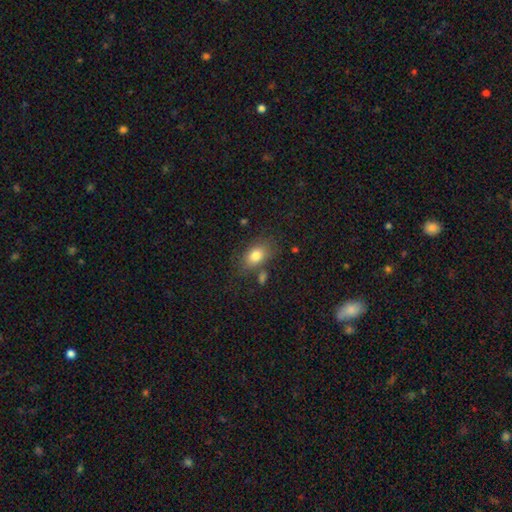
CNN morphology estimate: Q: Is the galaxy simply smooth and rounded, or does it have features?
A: smooth — 80%.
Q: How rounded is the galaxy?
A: in between — 82%.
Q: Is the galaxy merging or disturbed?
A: none — 70%.